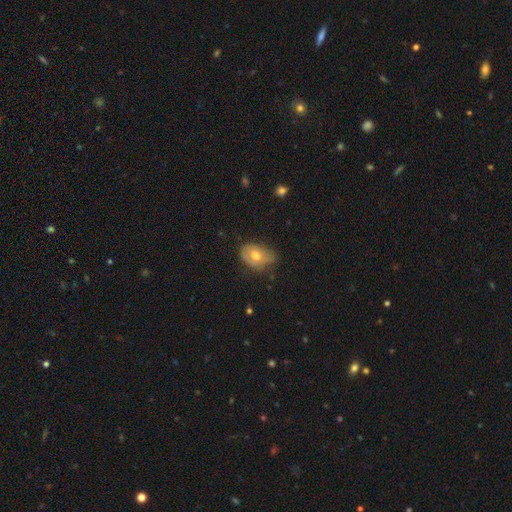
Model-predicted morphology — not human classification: A smooth galaxy with no disk features (59%) that is in between round and cigar-shaped (78%). Merging: none (48%).